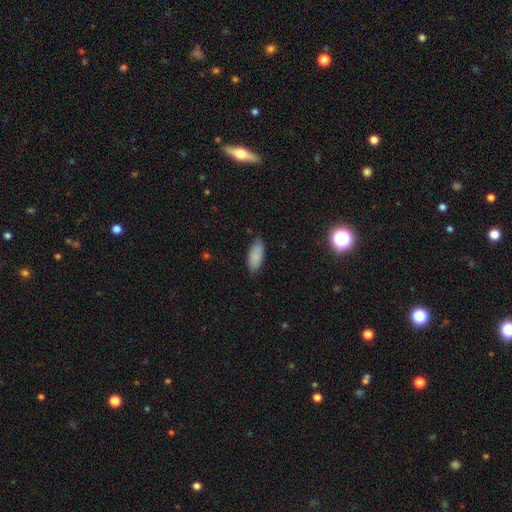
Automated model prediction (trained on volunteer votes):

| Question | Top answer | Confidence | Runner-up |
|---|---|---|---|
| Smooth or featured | smooth | 86% | featured or disk (7%) |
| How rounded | in between | 87% | cigar-shaped (11%) |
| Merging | none | 79% | minor disturbance (17%) |